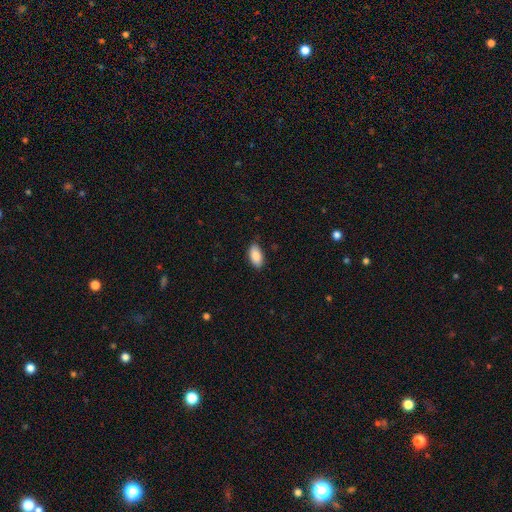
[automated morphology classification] A smooth galaxy with no disk features (88%) that is in between round and cigar-shaped (94%). Merging: none (83%).